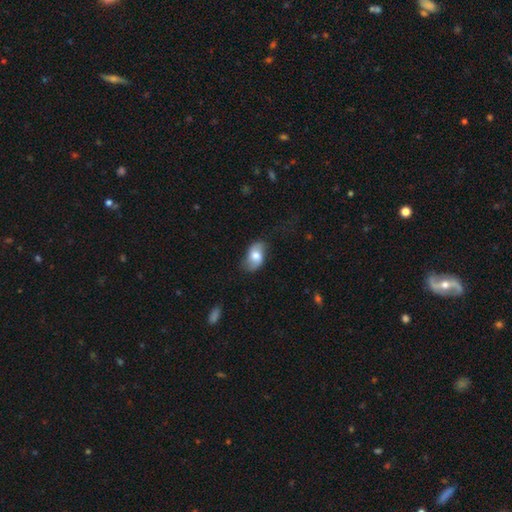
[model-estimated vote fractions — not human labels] smooth_or_featured: smooth (p=0.64) [alt: featured or disk p=0.30]
how_rounded: in between (p=0.89) [alt: round p=0.09]
merging: none (p=0.70) [alt: minor disturbance p=0.21]